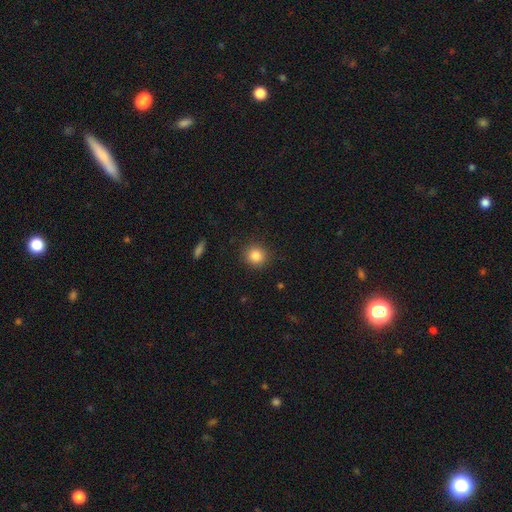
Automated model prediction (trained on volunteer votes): This appears to be a smooth galaxy with no disk features (85%) that is round (91%). Merging: none (90%).